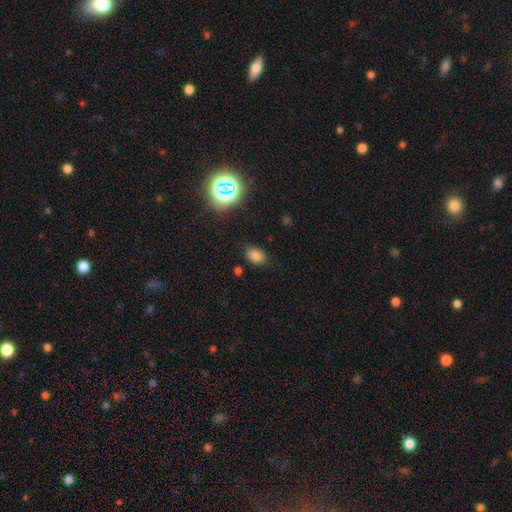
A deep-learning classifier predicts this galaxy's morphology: smooth_or_featured: smooth (p=0.78) [alt: star or artifact p=0.16]
how_rounded: in between (p=0.81) [alt: round p=0.17]
merging: none (p=0.79) [alt: minor disturbance p=0.15]